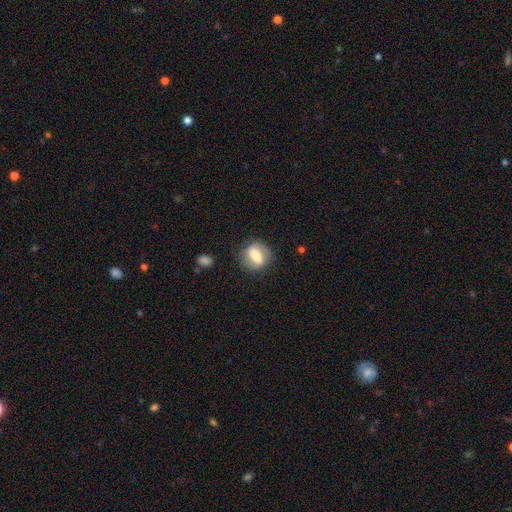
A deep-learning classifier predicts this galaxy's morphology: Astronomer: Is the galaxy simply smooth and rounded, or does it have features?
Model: smooth — 61%.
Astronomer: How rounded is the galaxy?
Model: round — 49% (runner-up: in between, 46%).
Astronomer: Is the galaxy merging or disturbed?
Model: none — 79%.